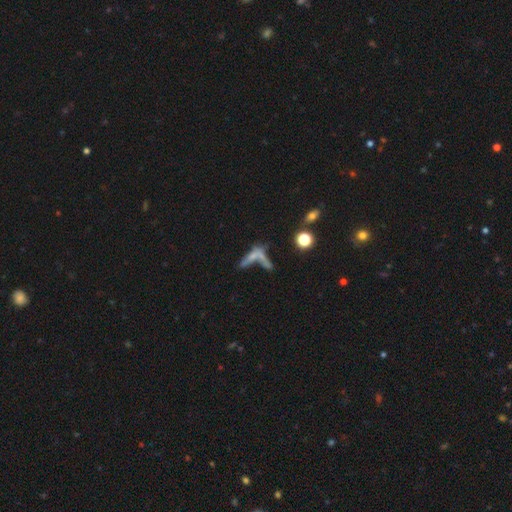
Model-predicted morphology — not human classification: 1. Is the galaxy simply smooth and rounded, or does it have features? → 48% smooth, 34% featured or disk, 18% star or artifact.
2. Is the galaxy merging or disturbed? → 45% merger, 25% none, 19% major disturbance, 10% minor disturbance.